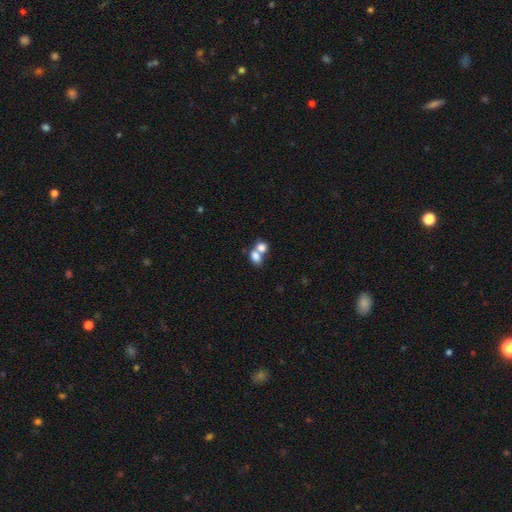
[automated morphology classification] Overall: smooth (77%). How rounded: in between (70%). Merging: merger (63%; none 27%).